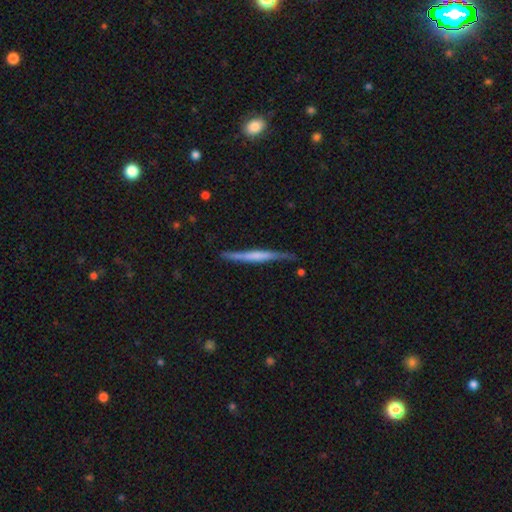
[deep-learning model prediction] Smooth or featured: featured or disk — 60% (smooth — 35%)
Edge-on disk: yes — 94% (no — 6%)
Edge-on bulge: none — 49% (boxy — 30%)
Merging: none — 77% (minor disturbance — 18%)